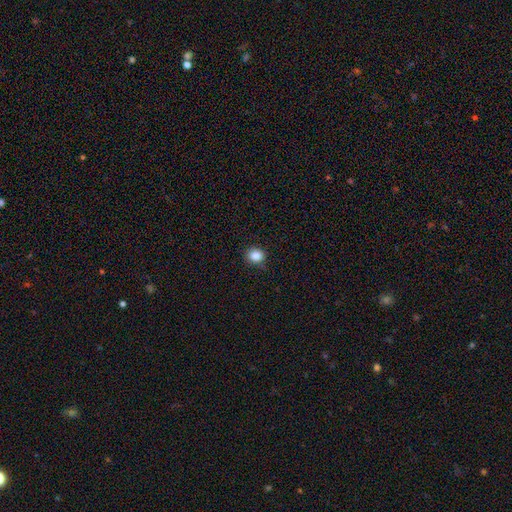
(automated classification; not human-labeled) Morphology: type=smooth (86%); roundness=round (78%); merging=none (85%).